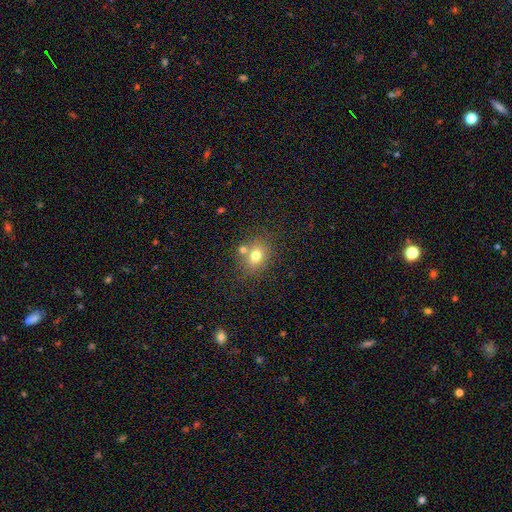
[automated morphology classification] Smooth or featured? Predicted: smooth (p=0.73). How rounded? Predicted: round (p=0.56). Merging? Predicted: none (p=0.61).